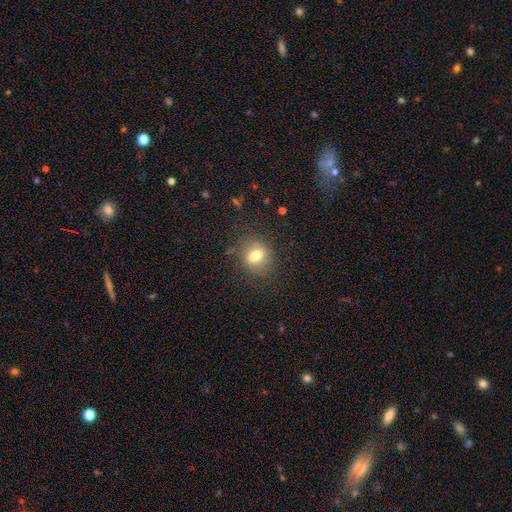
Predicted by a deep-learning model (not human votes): This is likely a smooth galaxy (72%). How rounded: possibly round (58%). Merging: clearly none (80%).